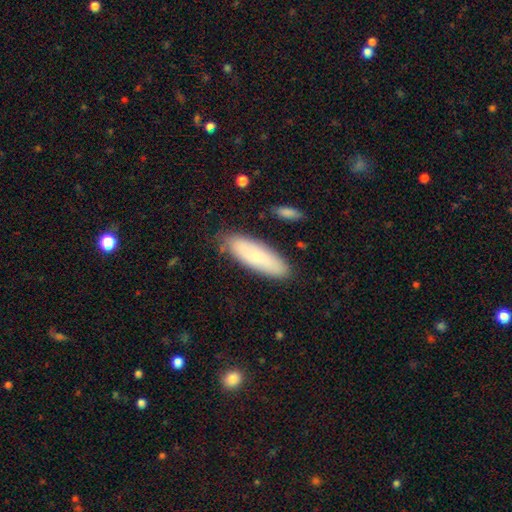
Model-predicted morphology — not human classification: A smooth galaxy with no disk features (79%) that is in between round and cigar-shaped (51%). Merging: none (82%).